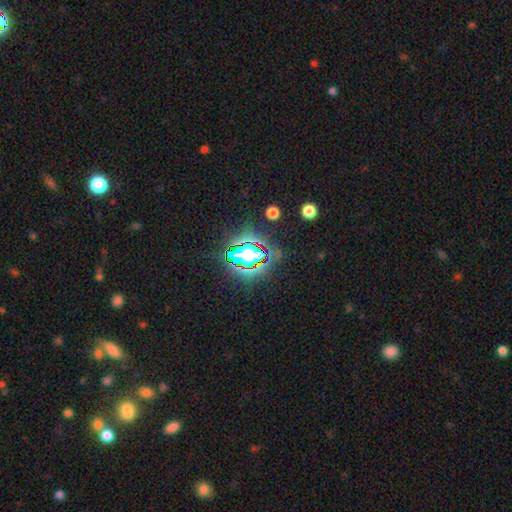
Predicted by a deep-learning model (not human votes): Overall: star or artifact (74%).